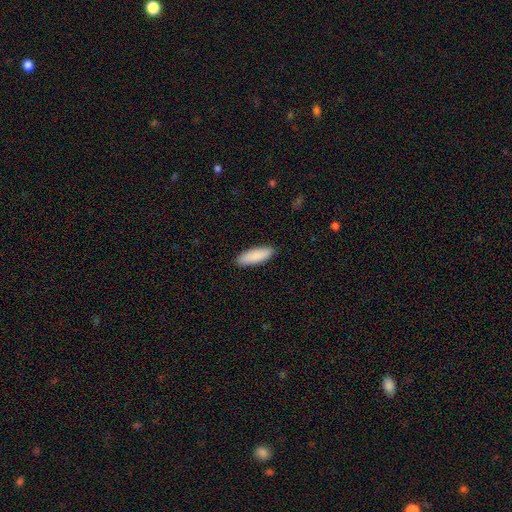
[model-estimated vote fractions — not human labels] smooth_or_featured: smooth (p=0.89) [alt: star or artifact p=0.05]
how_rounded: in between (p=0.58) [alt: cigar-shaped p=0.40]
merging: none (p=0.90) [alt: minor disturbance p=0.08]